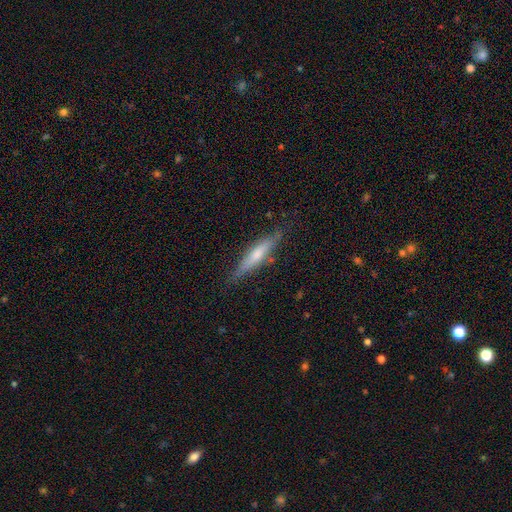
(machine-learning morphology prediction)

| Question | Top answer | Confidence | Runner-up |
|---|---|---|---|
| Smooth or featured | featured or disk | 52% | smooth (41%) |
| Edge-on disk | yes | 93% | no (7%) |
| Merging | none | 83% | minor disturbance (13%) |